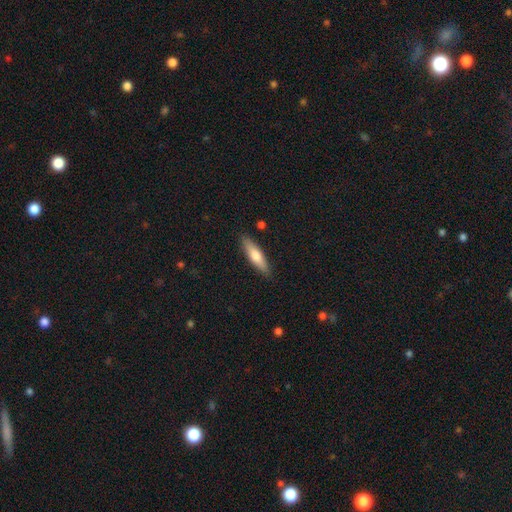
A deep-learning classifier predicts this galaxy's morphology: Smooth or featured?
  - smooth: 63% *
  - featured or disk: 31%
  - star or artifact: 6%
How rounded?
  - cigar-shaped: 70% *
  - in between: 28%
  - round: 2%
Merging?
  - none: 87% *
  - minor disturbance: 9%
  - major disturbance: 2%
  - merger: 2%